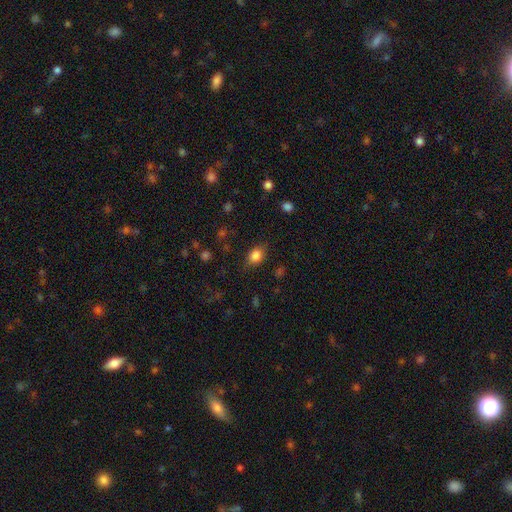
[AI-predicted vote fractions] Morphology: type=smooth (84%); roundness=in between (61%); merging=none (79%).